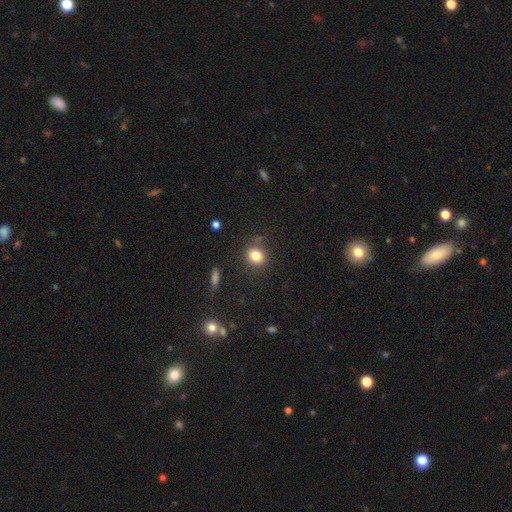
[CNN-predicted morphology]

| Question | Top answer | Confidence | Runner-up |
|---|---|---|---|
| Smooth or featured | smooth | 82% | star or artifact (11%) |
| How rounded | round | 71% | in between (28%) |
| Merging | none | 81% | minor disturbance (12%) |